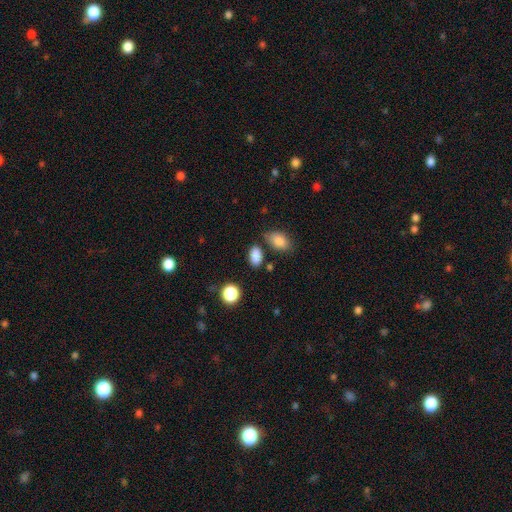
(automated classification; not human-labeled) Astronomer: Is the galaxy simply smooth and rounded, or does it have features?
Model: smooth — 86%.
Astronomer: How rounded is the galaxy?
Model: in between — 89%.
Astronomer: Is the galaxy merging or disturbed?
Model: none — 75%.